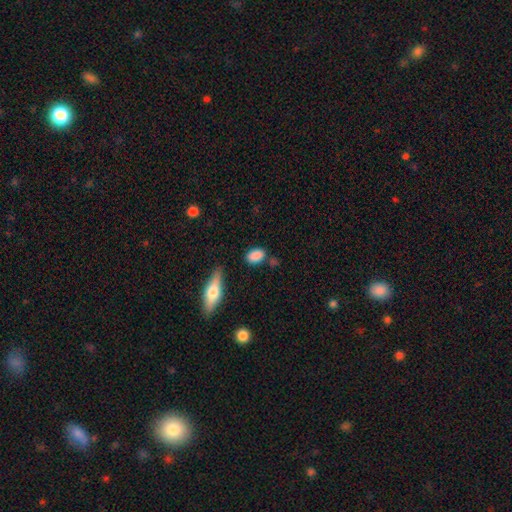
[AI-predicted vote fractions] The model was most divided on "merging": none: 75%, minor disturbance: 16%, merger: 5%, major disturbance: 4%. More confident: smooth or featured — smooth (86%); how rounded — in between (85%).